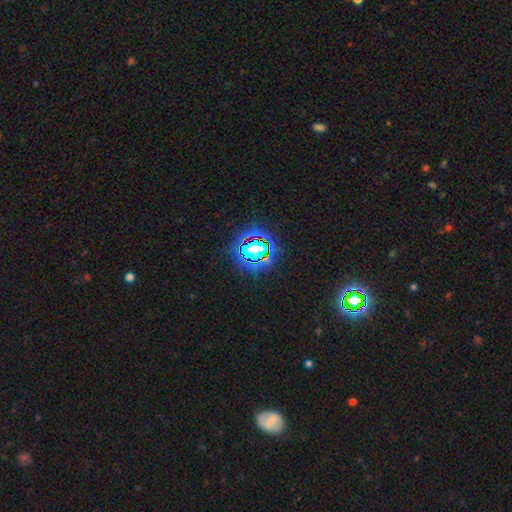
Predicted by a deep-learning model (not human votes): Overall: star or artifact (67%).